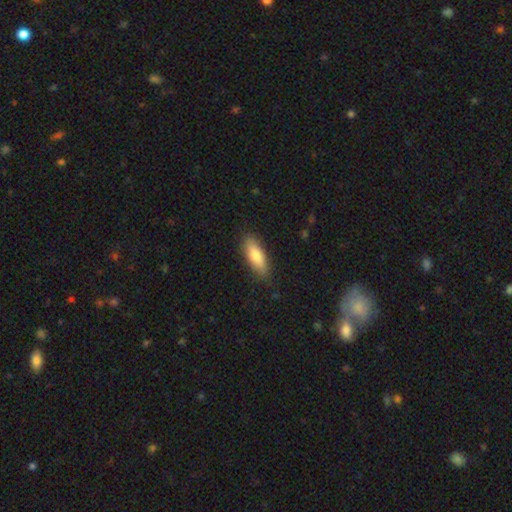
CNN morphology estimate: This appears to be a smooth galaxy with no disk features (80%) that is in between round and cigar-shaped (59%). Merging: none (84%).